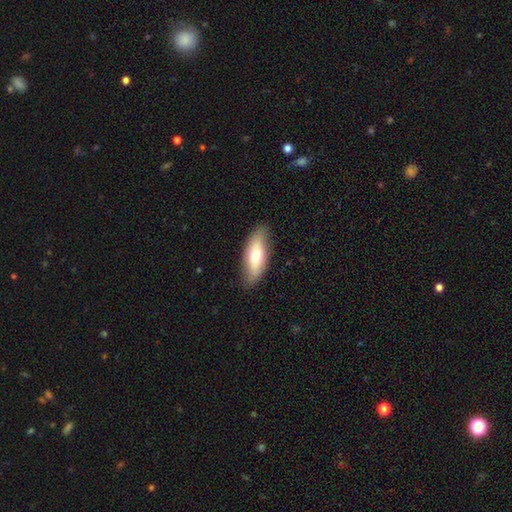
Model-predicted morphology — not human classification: A smooth galaxy with no disk features (65%) that is in between round and cigar-shaped (71%).

Vote fractions:
- Smooth or featured? smooth: 65% / featured or disk: 29% / star or artifact: 6%
- How rounded? in between: 71% / cigar-shaped: 26% / round: 3%
- Merging? none: 84% / minor disturbance: 13% / major disturbance: 3% / merger: 1%